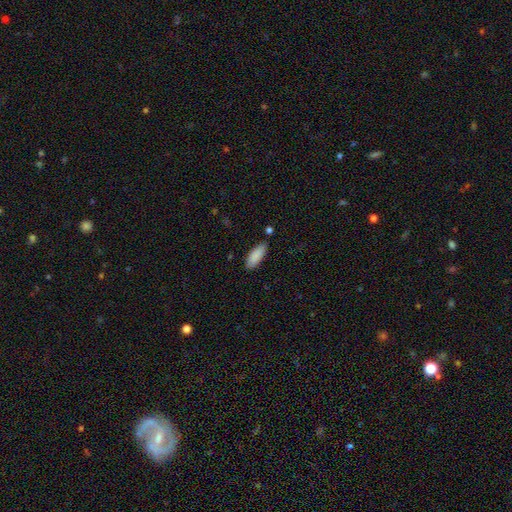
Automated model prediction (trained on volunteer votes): The model was most divided on "how rounded": in between: 76%, cigar-shaped: 22%, round: 2%. More confident: smooth or featured — smooth (89%); merging — none (82%).